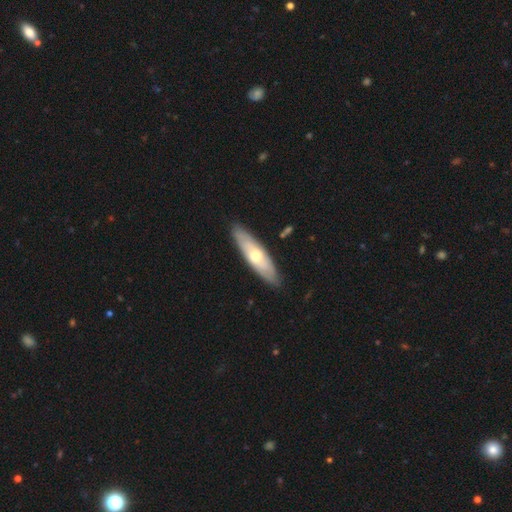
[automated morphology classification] Smooth or featured?
  - featured or disk: 50% *
  - smooth: 45%
  - star or artifact: 5%
Edge-on disk?
  - yes: 53% *
  - no: 47%
Merging?
  - none: 87% *
  - minor disturbance: 10%
  - major disturbance: 2%
  - merger: 1%